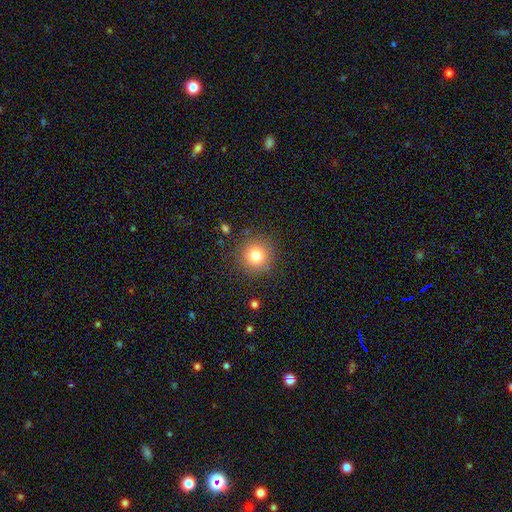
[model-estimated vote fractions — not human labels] Overall: smooth (78%). How rounded: round (94%). Merging: none (87%).